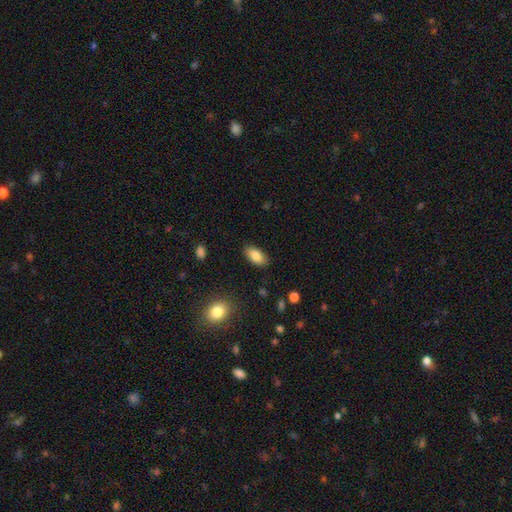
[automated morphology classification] Smooth or featured: smooth — 84% (featured or disk — 8%)
How rounded: in between — 92% (cigar-shaped — 5%)
Merging: none — 87% (minor disturbance — 10%)